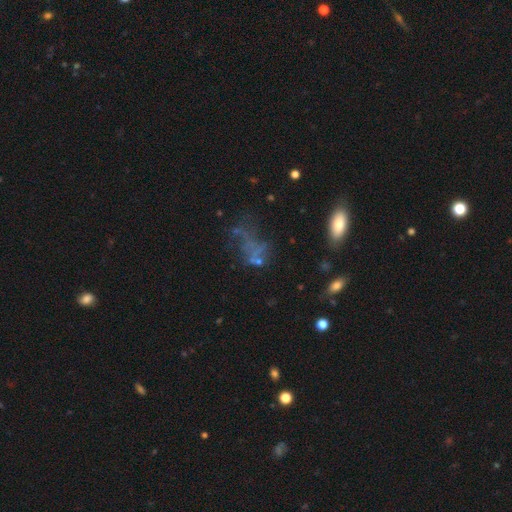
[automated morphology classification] Smooth or featured? Predicted: featured or disk (p=0.36). Merging? Predicted: major disturbance (p=0.38).